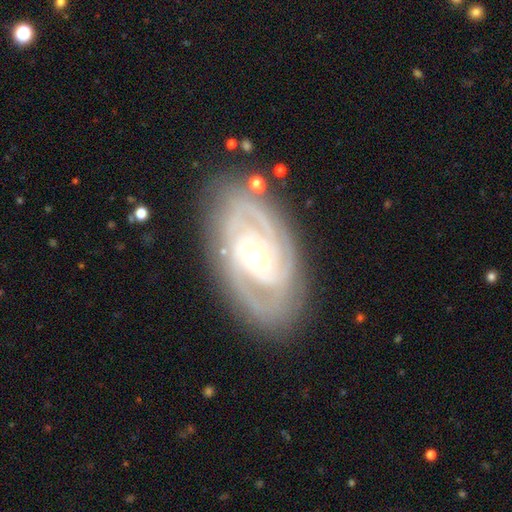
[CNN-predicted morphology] A featured or disk galaxy (90%) with no bar (62%), 2 (42%) tight (72%) spiral arms (97%) and a moderate central bulge (56%).

Vote fractions:
- Smooth or featured? featured or disk: 90% / smooth: 5% / star or artifact: 5%
- Edge-on disk? no: 95% / yes: 5%
- Bar? no: 62% / weak: 27% / strong: 11%
- Spiral arms? yes: 97% / no: 3%
- Spiral winding? tight: 72% / medium: 25% / loose: 4%
- Spiral arm count? 2: 42% / 3: 31% / can't tell: 12% / 4: 7% / more than 4: 4% / 1: 4%
- Bulge size? moderate: 56% / small: 39% / large: 4% / dominant: 1% / none: 1%
- Merging? none: 82% / minor disturbance: 13% / major disturbance: 4% / merger: 2%